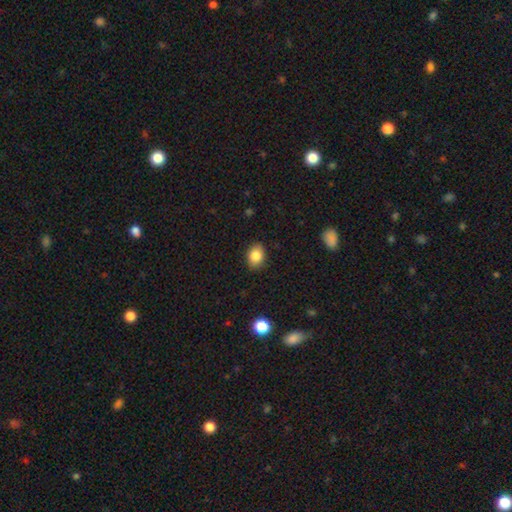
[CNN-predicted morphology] A smooth galaxy with no disk features (84%) that is in between round and cigar-shaped (64%).

Vote fractions:
- Smooth or featured? smooth: 84% / star or artifact: 9% / featured or disk: 7%
- How rounded? in between: 64% / round: 35% / cigar-shaped: 1%
- Merging? none: 87% / minor disturbance: 10% / major disturbance: 2% / merger: 1%